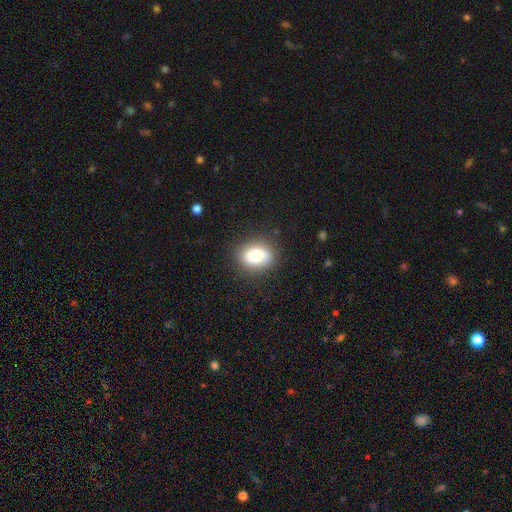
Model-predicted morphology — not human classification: type=smooth (79%); roundness=in between (64%); merging=none (83%).